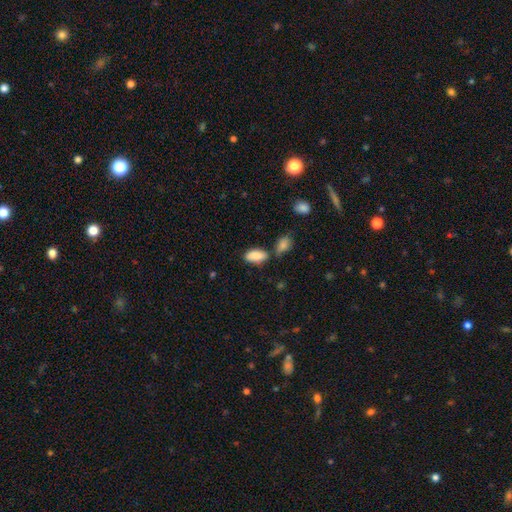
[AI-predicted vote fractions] Smooth or featured? smooth (86%)
How rounded? in between (91%)
Merging? none (58%)